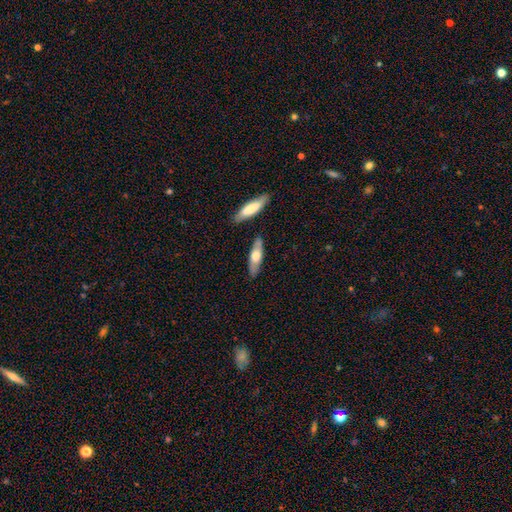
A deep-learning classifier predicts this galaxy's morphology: smooth 54%, featured or disk 41%, star or artifact 5%. Down the decision tree: how rounded — cigar-shaped (62%); merging — none (80%).